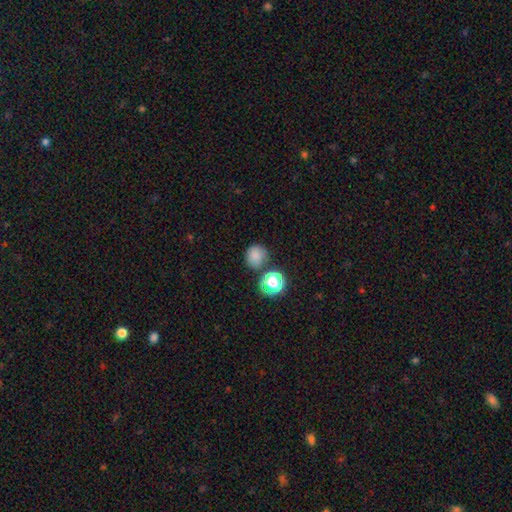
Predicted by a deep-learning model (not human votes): Smooth or featured: smooth — 78% (star or artifact — 14%)
How rounded: round — 84% (in between — 15%)
Merging: none — 72% (minor disturbance — 14%)